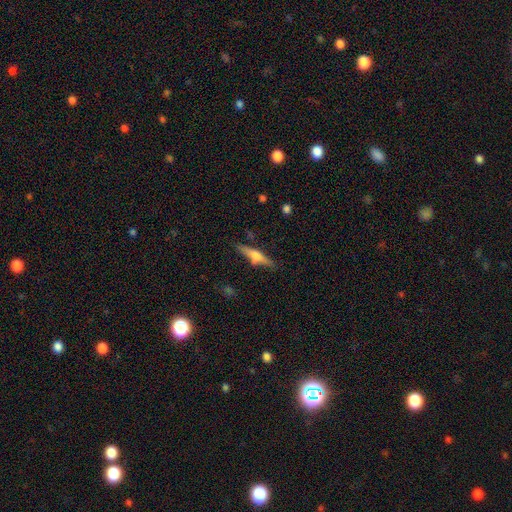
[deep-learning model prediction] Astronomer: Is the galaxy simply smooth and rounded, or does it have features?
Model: featured or disk — 56% (runner-up: smooth, 37%).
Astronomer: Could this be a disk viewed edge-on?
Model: yes — 95%.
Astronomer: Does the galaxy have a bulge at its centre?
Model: rounded — 88%.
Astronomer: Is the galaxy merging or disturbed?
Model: none — 81%.